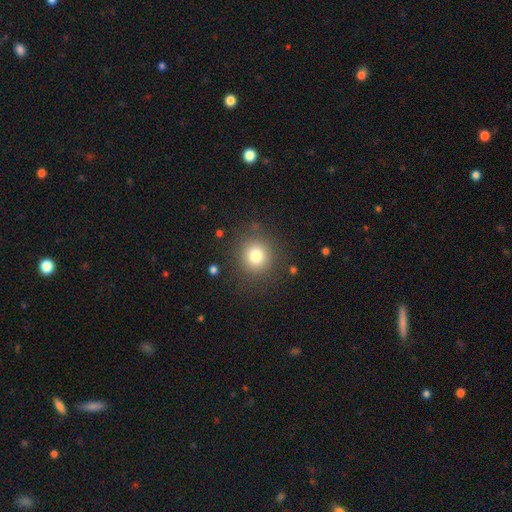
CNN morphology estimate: type=smooth (79%); roundness=round (91%); merging=none (87%).